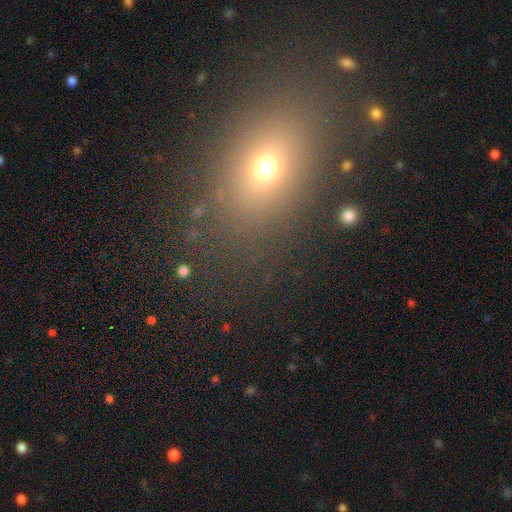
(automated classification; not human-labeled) This is possibly a smooth galaxy (60%). How rounded: likely in between (64%). Merging: clearly none (85%).